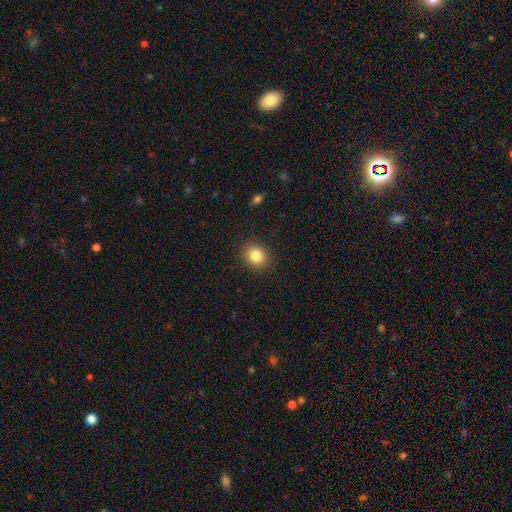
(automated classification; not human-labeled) The model was most divided on "how rounded": round: 66%, in between: 33%, cigar-shaped: 1%. More confident: merging — none (90%); smooth or featured — smooth (84%).